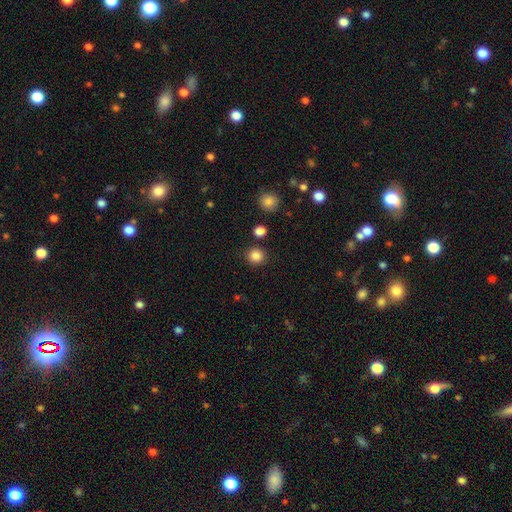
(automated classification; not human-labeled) Morphology: type=smooth (85%); roundness=round (90%); merging=none (88%).